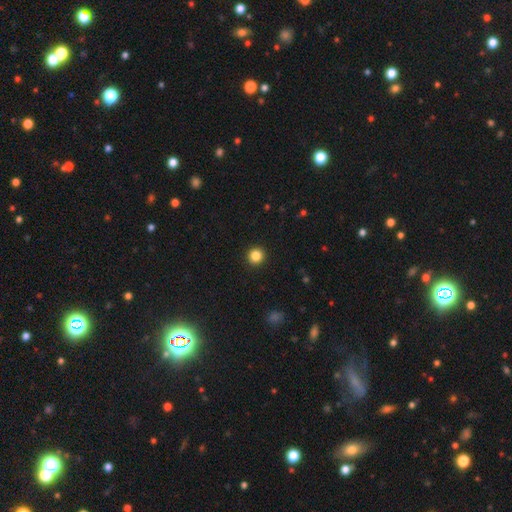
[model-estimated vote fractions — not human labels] This appears to be a smooth galaxy with no disk features (85%) that is round (95%). Merging: none (93%).